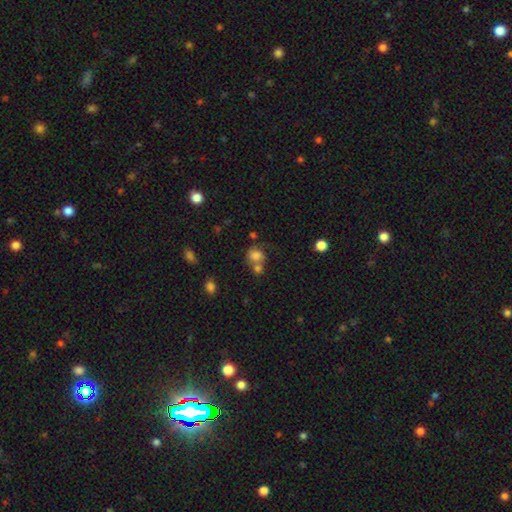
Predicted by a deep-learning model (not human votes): smooth 74%, featured or disk 14%, star or artifact 12%. Down the decision tree: how rounded — round (65%); merging — merger (39%).